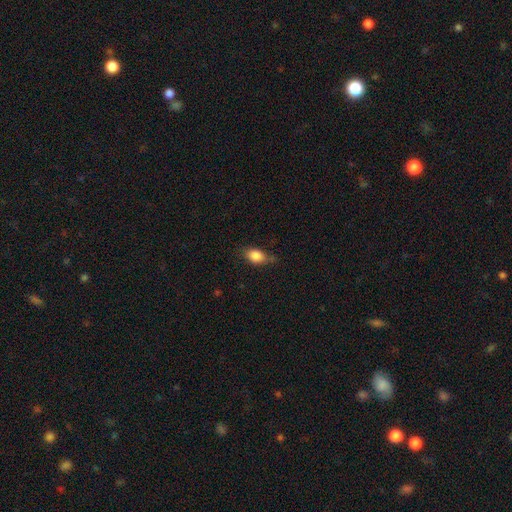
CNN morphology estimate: Smooth or featured?
  - smooth: 83% *
  - featured or disk: 9%
  - star or artifact: 8%
How rounded?
  - in between: 74% *
  - round: 23%
  - cigar-shaped: 3%
Merging?
  - none: 61% *
  - minor disturbance: 30%
  - major disturbance: 8%
  - merger: 2%